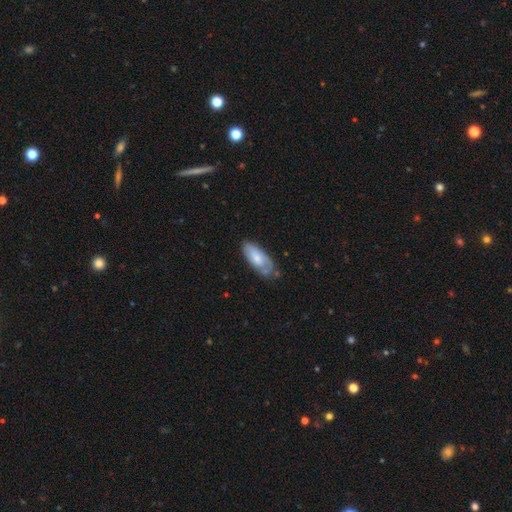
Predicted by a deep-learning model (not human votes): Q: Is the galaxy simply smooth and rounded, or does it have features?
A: smooth — 58%.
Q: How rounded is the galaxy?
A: in between — 77%.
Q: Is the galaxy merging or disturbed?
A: none — 59%.